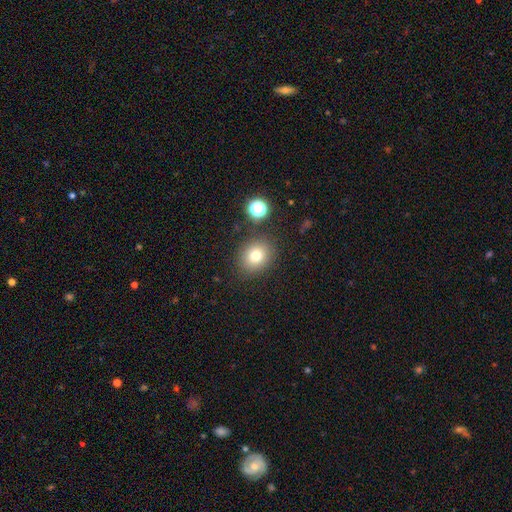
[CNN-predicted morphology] type=smooth (79%); roundness=round (67%); merging=none (83%).